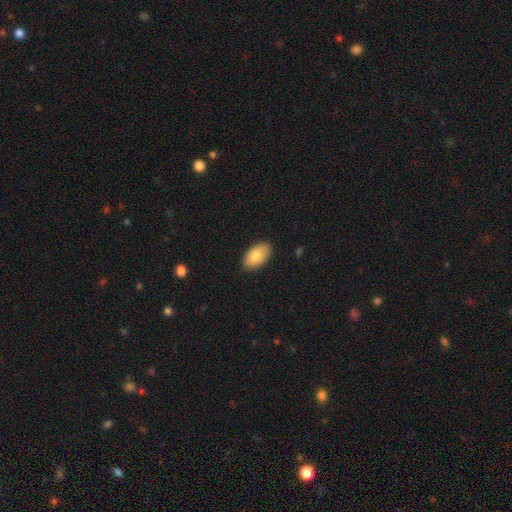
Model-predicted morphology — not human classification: type=smooth (80%); roundness=in between (94%); merging=none (88%).